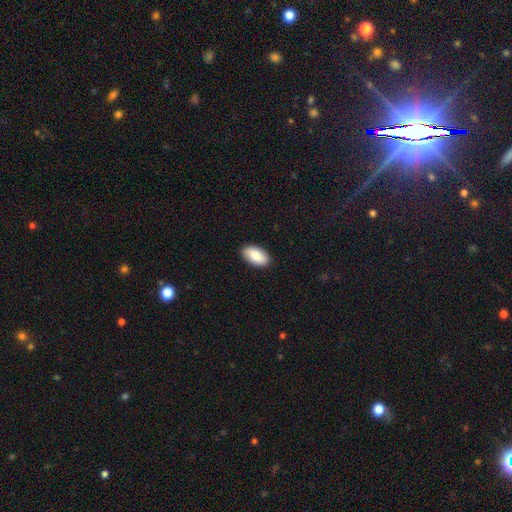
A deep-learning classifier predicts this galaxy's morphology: This is likely a smooth galaxy (80%). How rounded: clearly in between (94%). Merging: clearly none (90%).